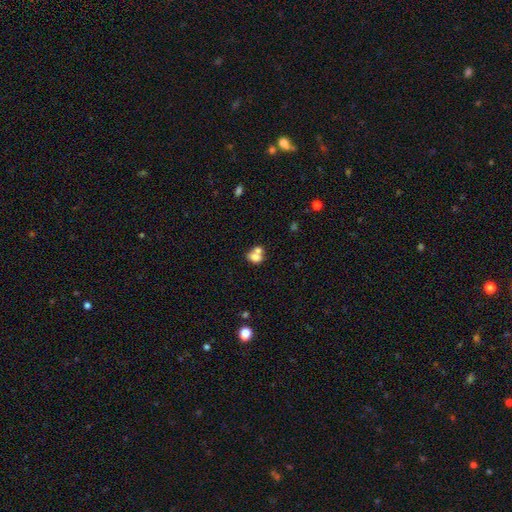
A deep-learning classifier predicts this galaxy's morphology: Overall: smooth (72%). How rounded: in between (56%; round 42%). Merging: merger (58%; none 30%).